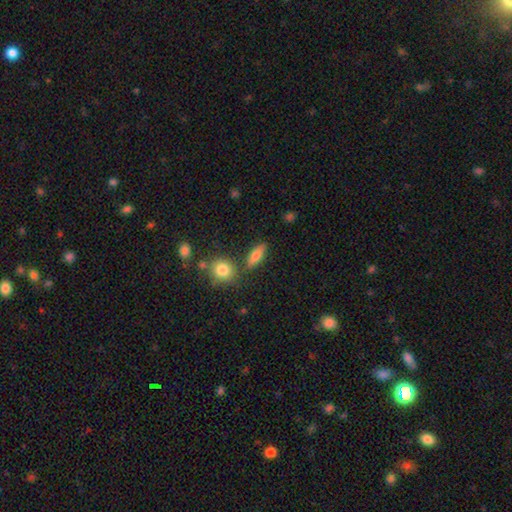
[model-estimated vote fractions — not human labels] Overall: smooth (73%). How rounded: in between (62%; cigar-shaped 30%). Merging: none (77%).